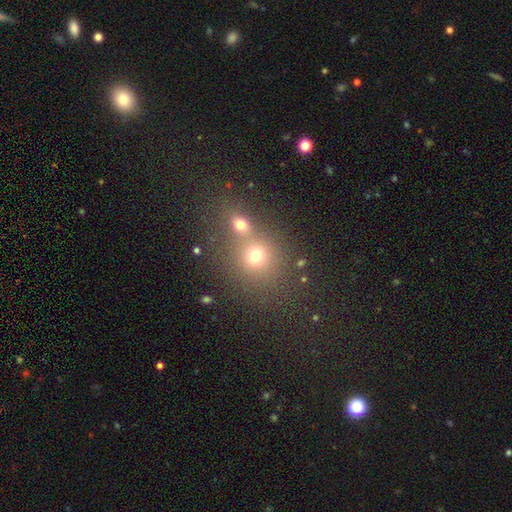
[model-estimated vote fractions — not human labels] This appears to be a smooth galaxy with no disk features (71%) that is round (80%). Merging: none (49%).